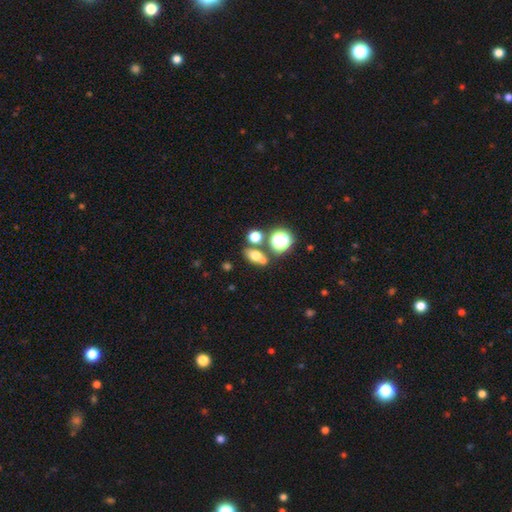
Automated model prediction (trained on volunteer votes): Smooth or featured? smooth (66%)
How rounded? in between (64%)
Merging? none (61%)